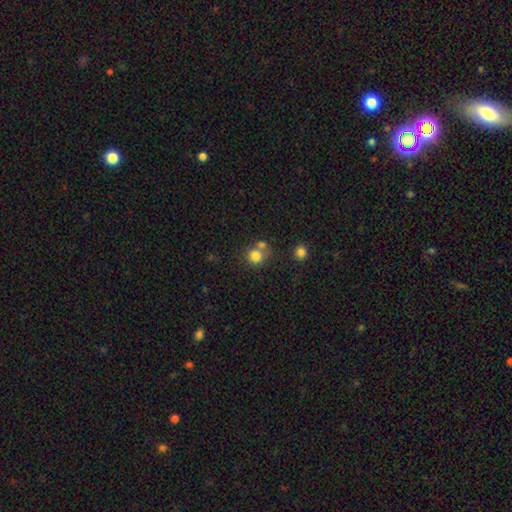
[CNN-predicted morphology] Smooth or featured: smooth — 80% (star or artifact — 12%)
How rounded: round — 87% (in between — 12%)
Merging: none — 55% (merger — 32%)